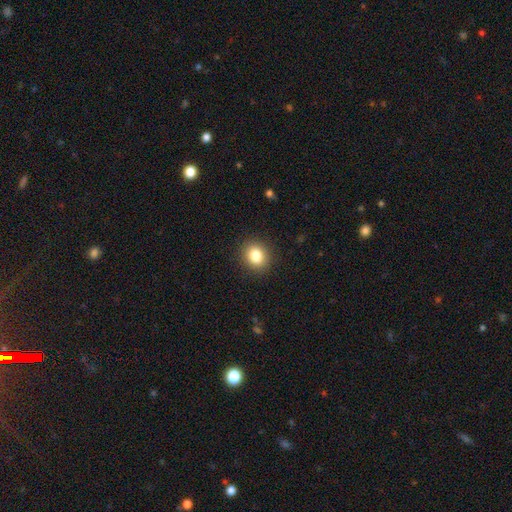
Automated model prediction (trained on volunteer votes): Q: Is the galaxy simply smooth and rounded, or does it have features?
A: smooth — 83%.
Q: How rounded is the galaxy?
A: round — 73%.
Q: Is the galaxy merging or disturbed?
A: none — 90%.